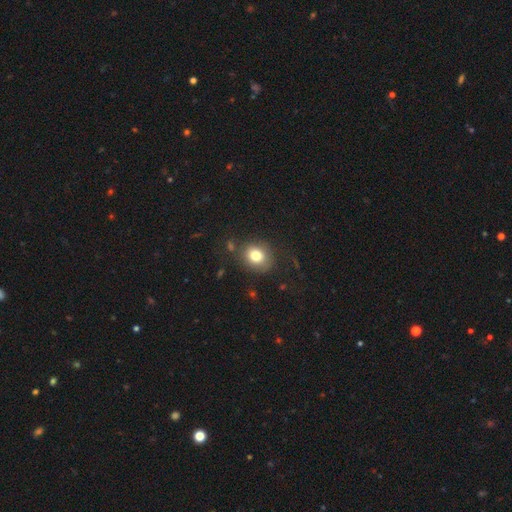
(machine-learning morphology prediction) Q: Smooth or featured?
A: smooth (79%); runner-up: star or artifact (11%)
Q: How rounded?
A: round (67%); runner-up: in between (32%)
Q: Merging?
A: none (79%); runner-up: minor disturbance (13%)